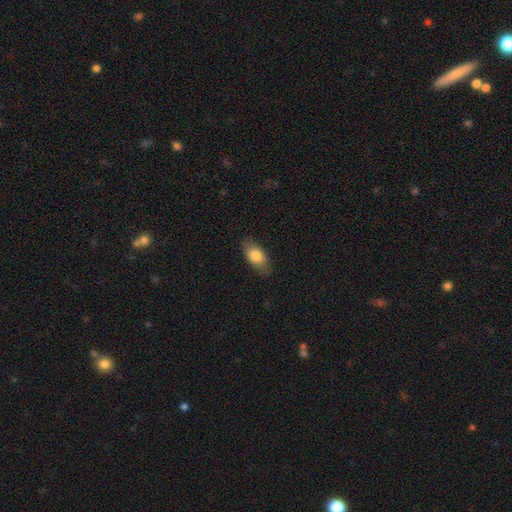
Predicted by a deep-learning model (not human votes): smooth 81%, featured or disk 13%, star or artifact 7%. Down the decision tree: how rounded — in between (90%); merging — none (80%).